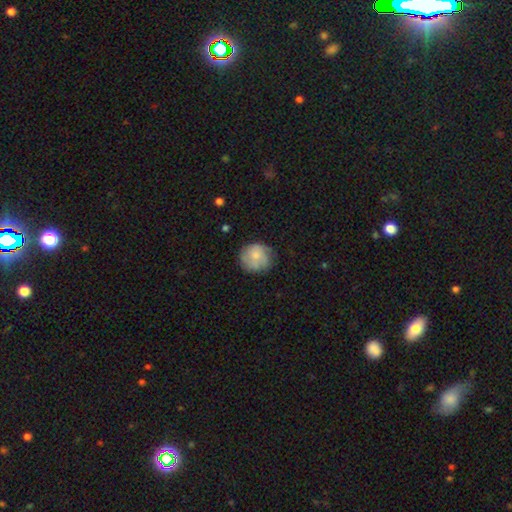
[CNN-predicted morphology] Smooth or featured: smooth — 64% (featured or disk — 29%)
How rounded: round — 85% (in between — 14%)
Merging: none — 67% (minor disturbance — 24%)